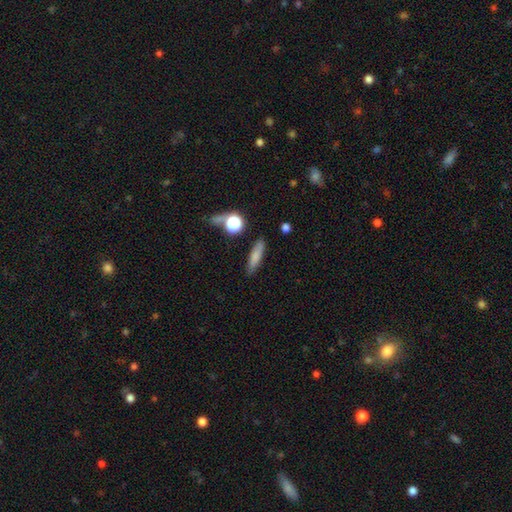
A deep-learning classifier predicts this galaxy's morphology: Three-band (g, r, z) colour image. It shows a smooth galaxy with no disk features (75%) that is cigar-shaped (68%). Merging: none (82%).